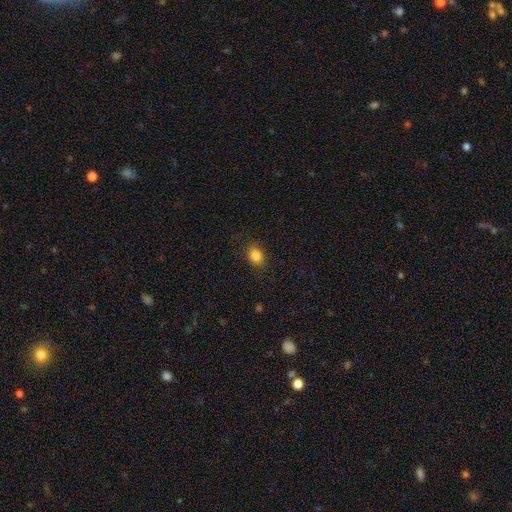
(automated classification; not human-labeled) Morphology: type=smooth (85%); roundness=in between (62%); merging=none (84%).